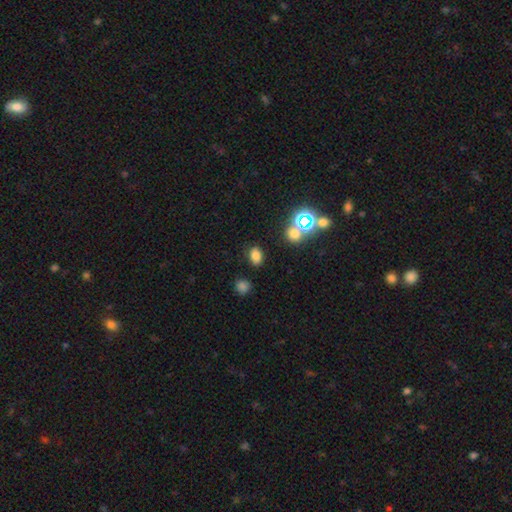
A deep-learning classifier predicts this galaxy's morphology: smooth-or-featured: smooth: 73% | star or artifact: 19% | featured or disk: 7%
  how-rounded: in between: 75% | round: 24% | cigar-shaped: 1%
  merging: none: 80% | minor disturbance: 12% | merger: 4% | major disturbance: 4%